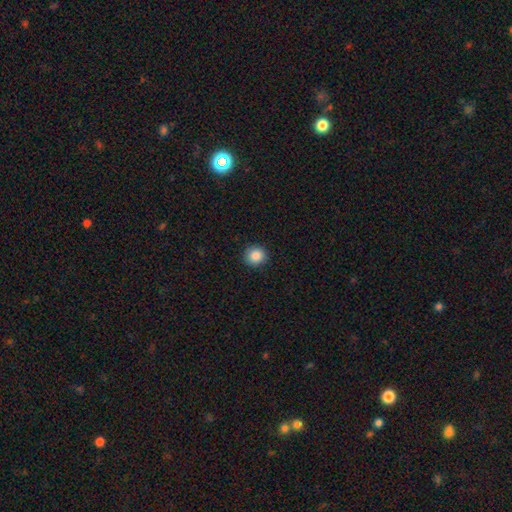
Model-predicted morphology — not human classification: smooth-or-featured: smooth: 88% | star or artifact: 9% | featured or disk: 3%
  how-rounded: round: 91% | in between: 8% | cigar-shaped: 1%
  merging: none: 91% | minor disturbance: 6% | major disturbance: 2% | merger: 1%